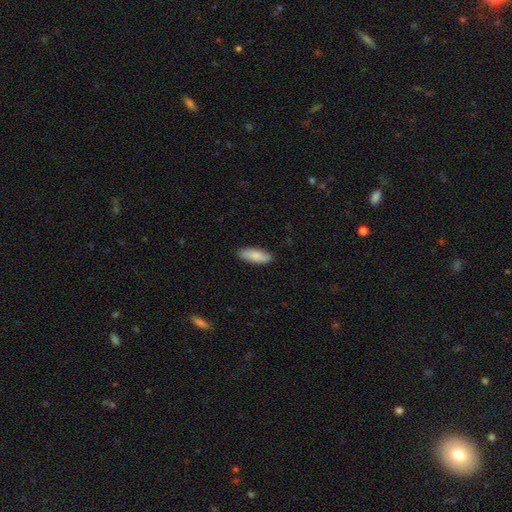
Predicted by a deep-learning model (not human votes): Q: Smooth or featured?
A: smooth (86%); runner-up: featured or disk (9%)
Q: How rounded?
A: in between (70%); runner-up: cigar-shaped (28%)
Q: Merging?
A: none (88%); runner-up: minor disturbance (10%)